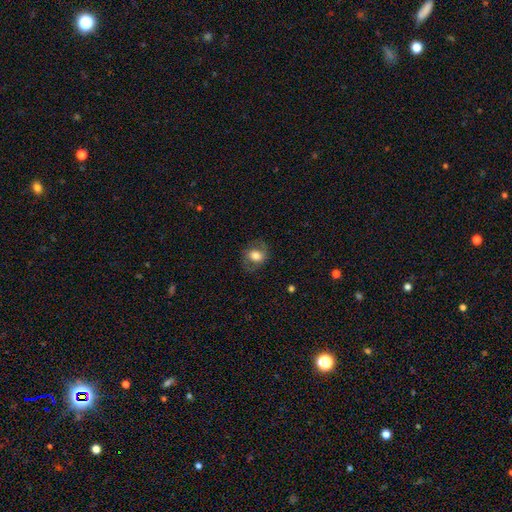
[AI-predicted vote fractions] Smooth or featured: smooth — 60% (featured or disk — 31%)
How rounded: round — 51% (in between — 48%)
Merging: none — 74% (minor disturbance — 16%)